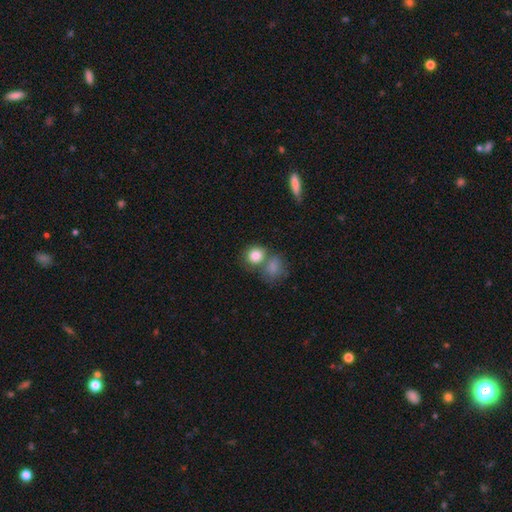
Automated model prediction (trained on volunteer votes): smooth_or_featured: smooth (p=0.84) [alt: star or artifact p=0.09]
how_rounded: round (p=0.76) [alt: in between p=0.22]
merging: none (p=0.48) [alt: merger p=0.37]